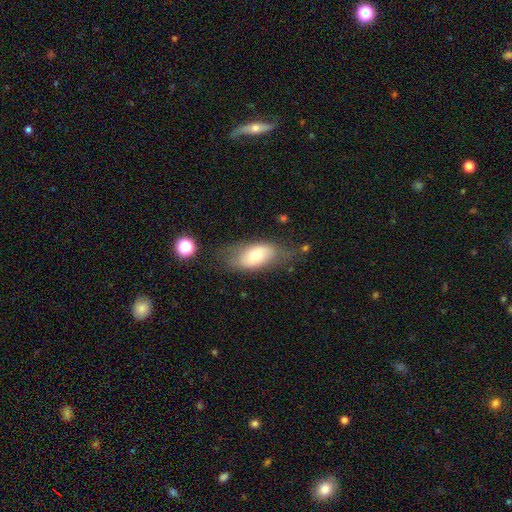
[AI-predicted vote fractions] The model was most divided on "smooth or featured": smooth: 61%, featured or disk: 30%, star or artifact: 8%. More confident: how rounded — in between (88%); merging — none (60%).